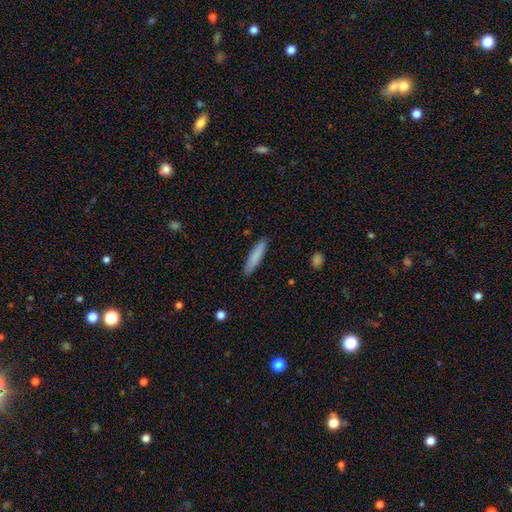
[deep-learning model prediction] Overall: smooth (83%). How rounded: cigar-shaped (86%). Merging: none (89%).